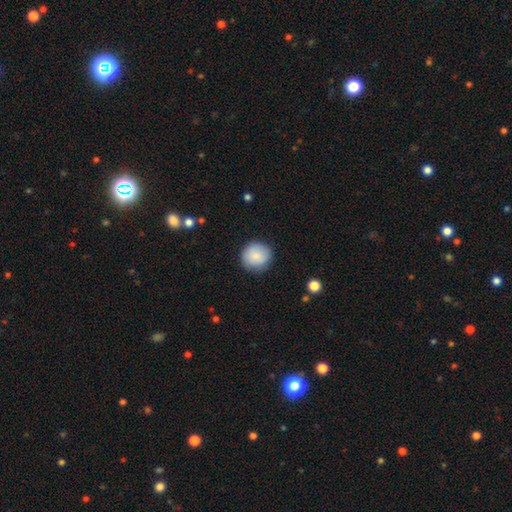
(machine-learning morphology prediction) Q: Smooth or featured?
A: smooth (86%); runner-up: featured or disk (7%)
Q: How rounded?
A: round (91%); runner-up: in between (8%)
Q: Merging?
A: none (87%); runner-up: minor disturbance (10%)